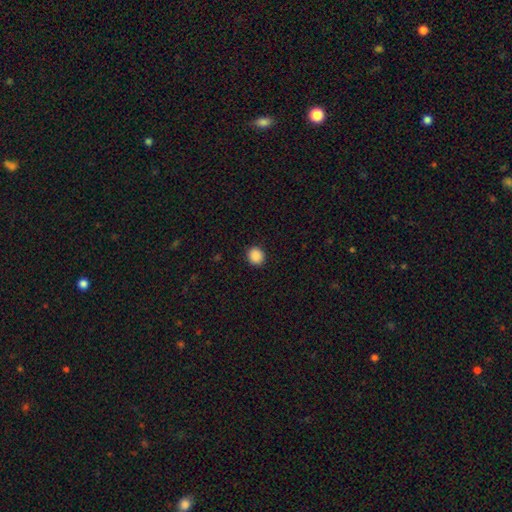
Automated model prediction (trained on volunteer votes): smooth 89%, star or artifact 9%, featured or disk 2%. Down the decision tree: how rounded — round (82%); merging — none (91%).